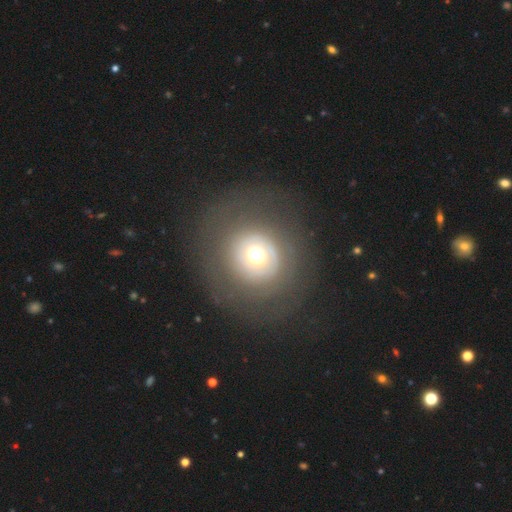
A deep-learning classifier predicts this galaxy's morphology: A smooth galaxy with no disk features (46%). Merging: none (73%).